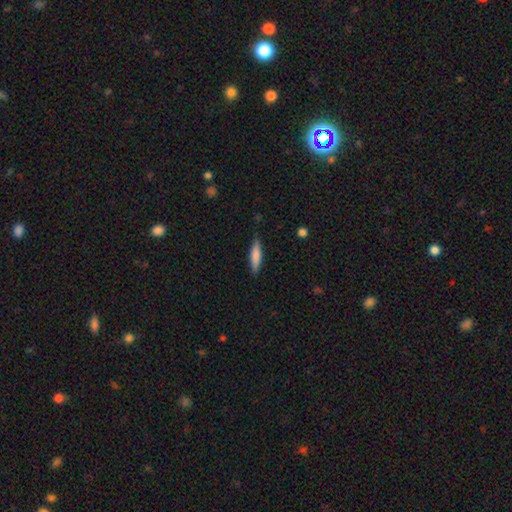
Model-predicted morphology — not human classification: type=smooth (77%); roundness=cigar-shaped (73%); merging=none (84%).